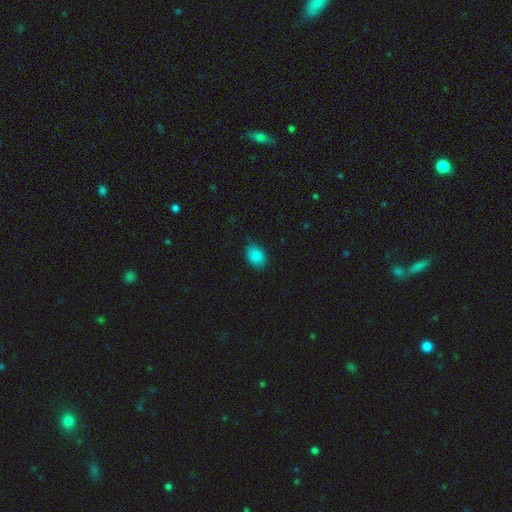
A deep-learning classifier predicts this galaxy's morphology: Smooth or featured? Predicted: smooth (p=0.87). How rounded? Predicted: in between (p=0.78). Merging? Predicted: none (p=0.75).